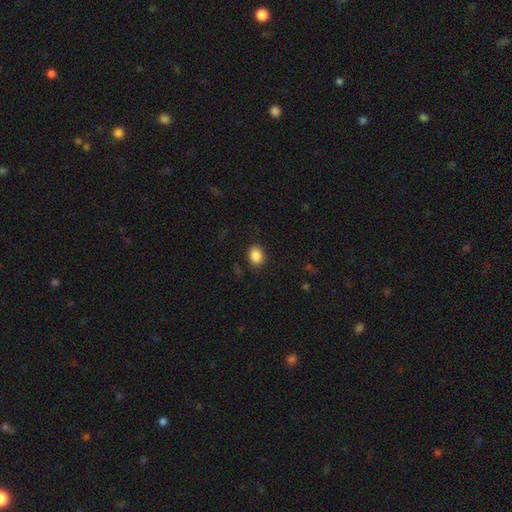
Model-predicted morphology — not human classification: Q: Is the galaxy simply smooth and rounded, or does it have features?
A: smooth — 87%.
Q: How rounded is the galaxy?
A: round — 53%.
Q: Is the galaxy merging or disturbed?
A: none — 86%.